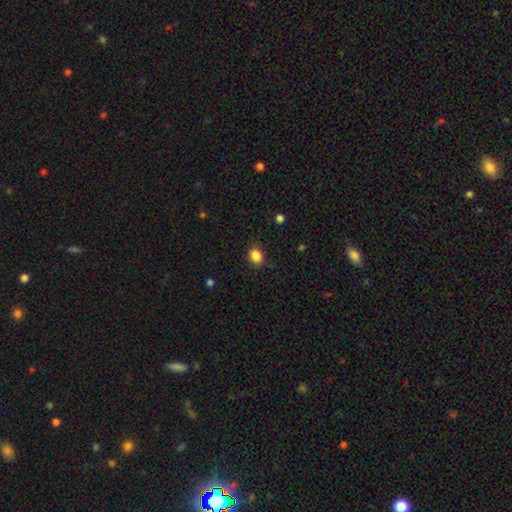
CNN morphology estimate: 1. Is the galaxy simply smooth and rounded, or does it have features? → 86% smooth, 10% star or artifact, 4% featured or disk.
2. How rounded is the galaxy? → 53% in between, 46% round, 1% cigar-shaped.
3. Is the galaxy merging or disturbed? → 83% none, 13% minor disturbance, 3% major disturbance, 1% merger.